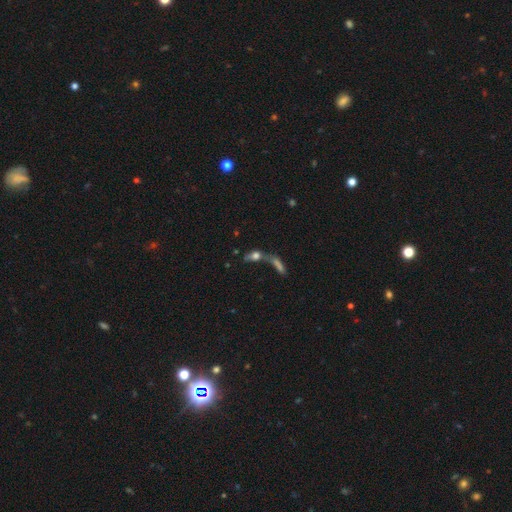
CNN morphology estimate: smooth 58%, featured or disk 27%, star or artifact 15%. Down the decision tree: how rounded — in between (57%); merging — merger (53%).